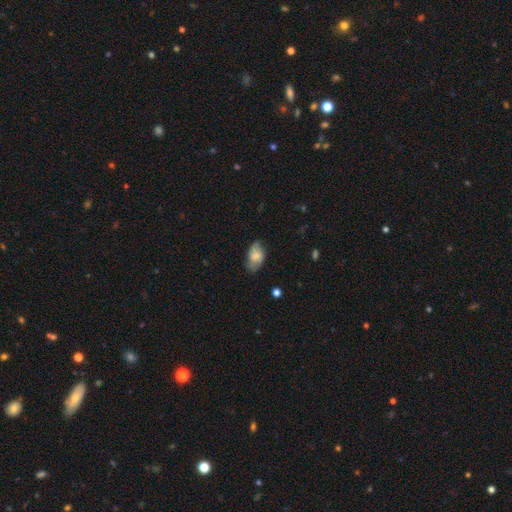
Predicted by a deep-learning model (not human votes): This is likely a smooth galaxy (74%). How rounded: clearly in between (90%). Merging: likely none (63%).